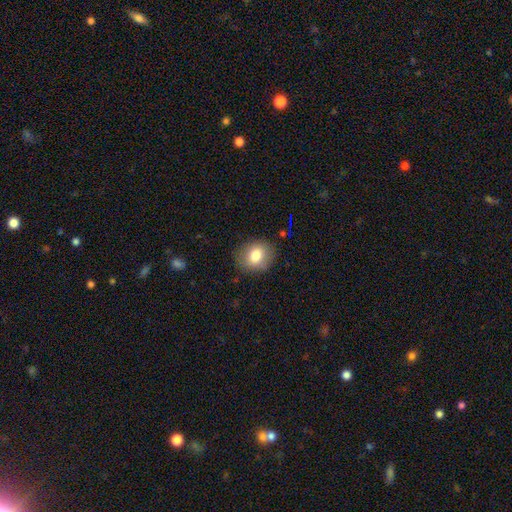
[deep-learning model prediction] A smooth galaxy with no disk features (79%) that is round (64%). Merging: none (85%).